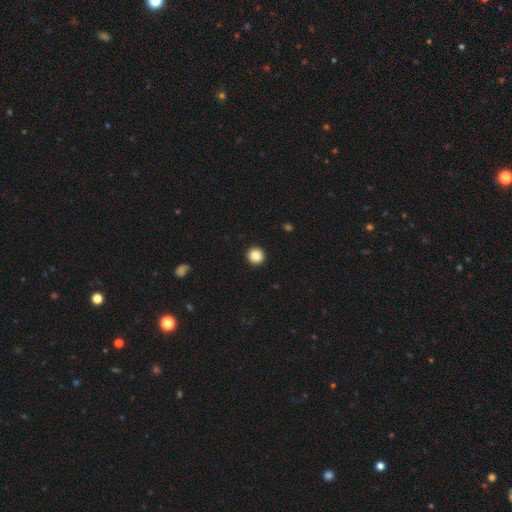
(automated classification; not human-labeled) The model was most divided on "smooth or featured": smooth: 87%, star or artifact: 9%, featured or disk: 3%. More confident: how rounded — round (94%); merging — none (93%).